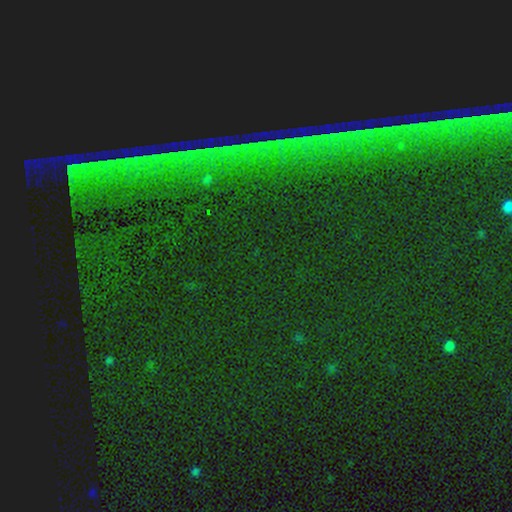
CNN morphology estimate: smooth-or-featured: star or artifact: 85% | featured or disk: 8% | smooth: 7%